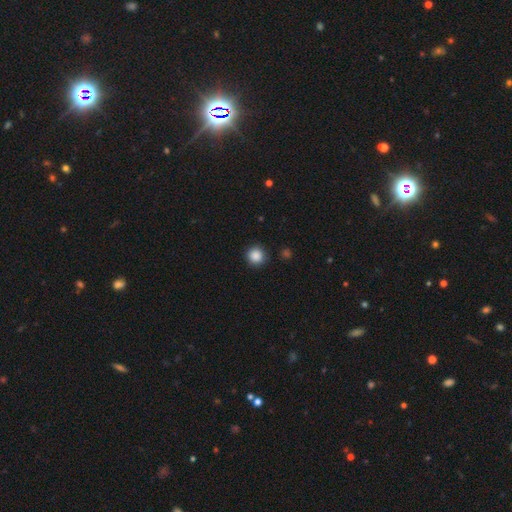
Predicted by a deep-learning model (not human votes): Morphology: type=smooth (87%); roundness=round (94%); merging=none (89%).